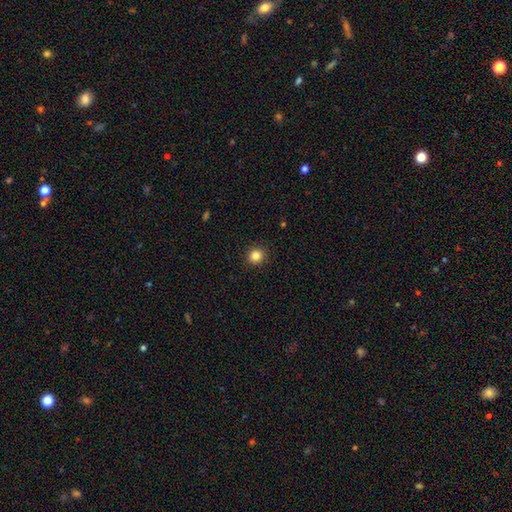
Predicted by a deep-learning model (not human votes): smooth_or_featured: smooth (p=0.84) [alt: star or artifact p=0.11]
how_rounded: round (p=0.92) [alt: in between p=0.07]
merging: none (p=0.92) [alt: minor disturbance p=0.05]